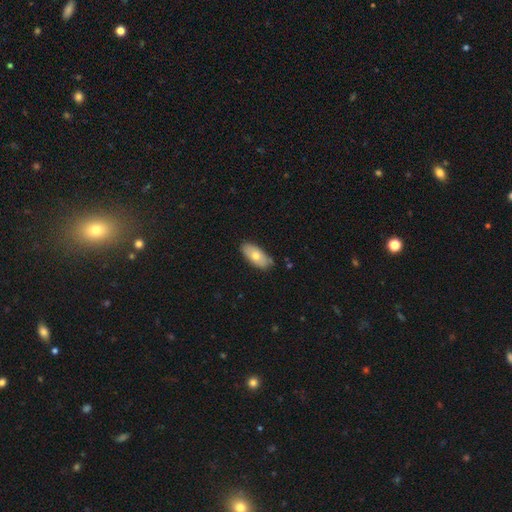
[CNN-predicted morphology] Q: Smooth or featured?
A: smooth (68%); runner-up: featured or disk (26%)
Q: How rounded?
A: in between (89%); runner-up: cigar-shaped (8%)
Q: Merging?
A: none (81%); runner-up: minor disturbance (15%)